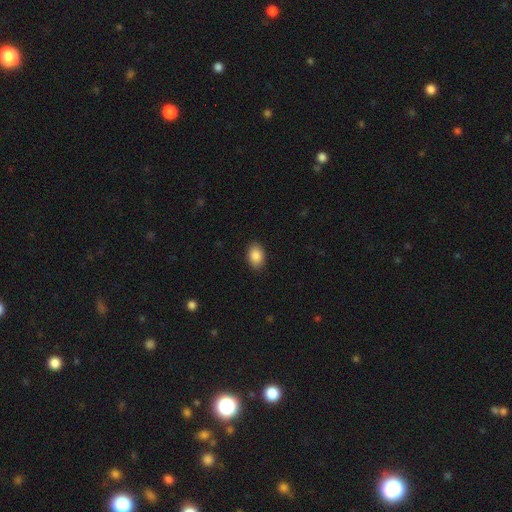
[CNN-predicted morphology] A smooth galaxy with no disk features (88%) that is in between round and cigar-shaped (81%). Merging: none (88%).